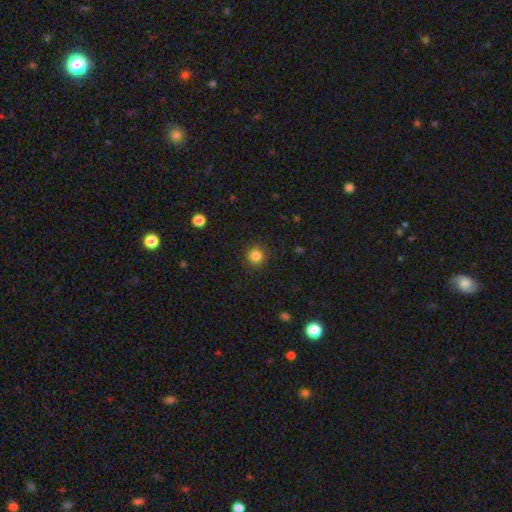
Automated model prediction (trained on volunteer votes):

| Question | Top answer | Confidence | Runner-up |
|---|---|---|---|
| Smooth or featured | smooth | 84% | star or artifact (12%) |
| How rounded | round | 93% | in between (6%) |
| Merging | none | 90% | minor disturbance (7%) |